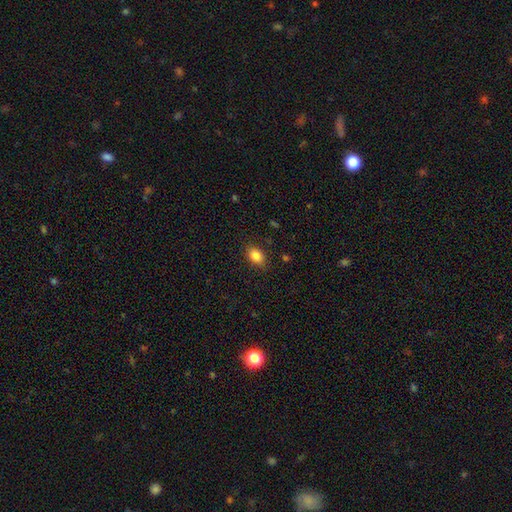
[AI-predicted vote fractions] Smooth or featured? Predicted: smooth (p=0.84). How rounded? Predicted: in between (p=0.80). Merging? Predicted: none (p=0.86).